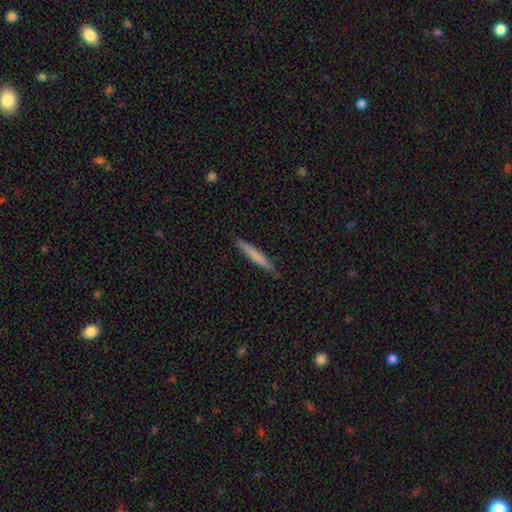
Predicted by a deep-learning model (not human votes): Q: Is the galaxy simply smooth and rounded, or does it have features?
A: smooth — 69%.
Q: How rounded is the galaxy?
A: cigar-shaped — 95%.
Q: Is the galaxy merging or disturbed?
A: none — 87%.